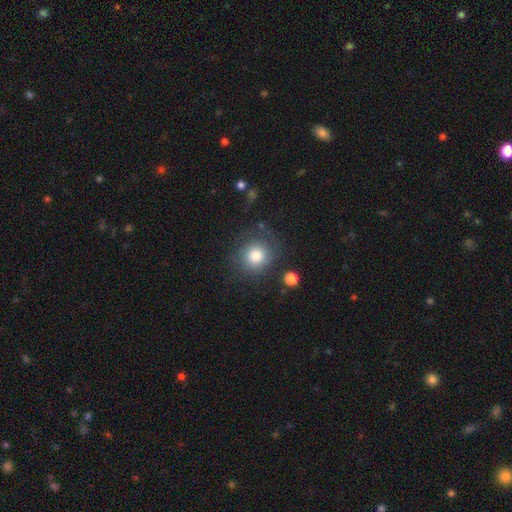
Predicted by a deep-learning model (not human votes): smooth 79%, featured or disk 11%, star or artifact 10%. Down the decision tree: how rounded — round (85%); merging — none (75%).